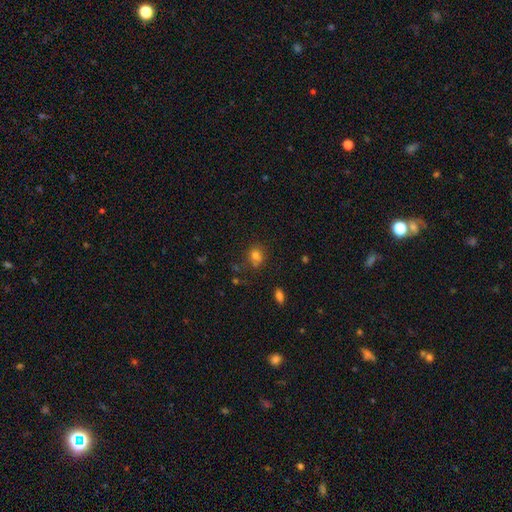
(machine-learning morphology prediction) Smooth or featured? Predicted: smooth (p=0.76). How rounded? Predicted: round (p=0.64). Merging? Predicted: none (p=0.62).